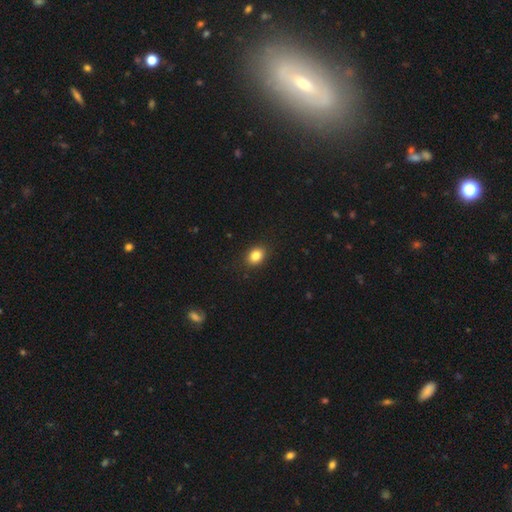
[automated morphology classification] The model was most divided on "how rounded": in between: 60%, round: 39%, cigar-shaped: 1%. More confident: merging — none (89%); smooth or featured — smooth (85%).